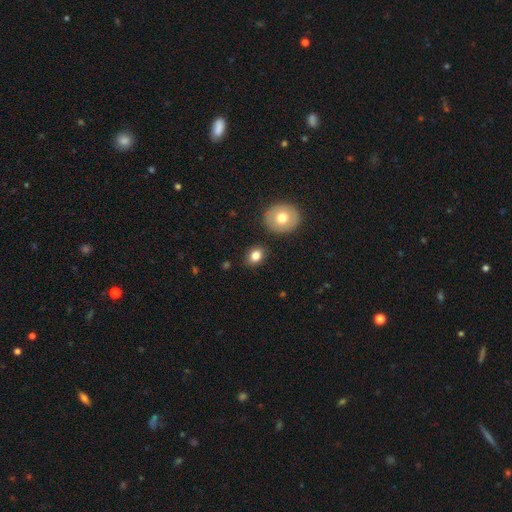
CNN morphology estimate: Smooth or featured? smooth (80%)
How rounded? in between (53%)
Merging? none (86%)